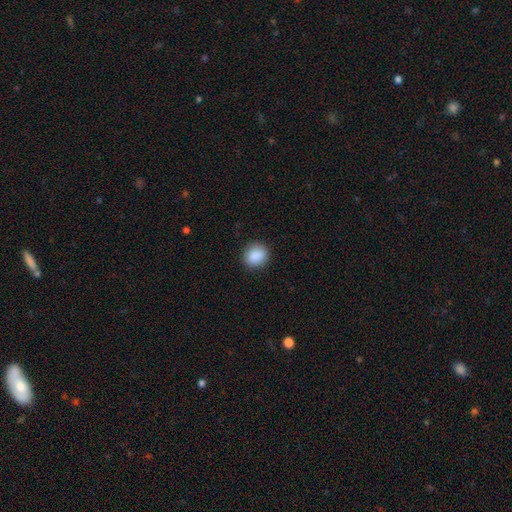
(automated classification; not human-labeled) Overall: smooth (89%). How rounded: round (80%). Merging: none (89%).